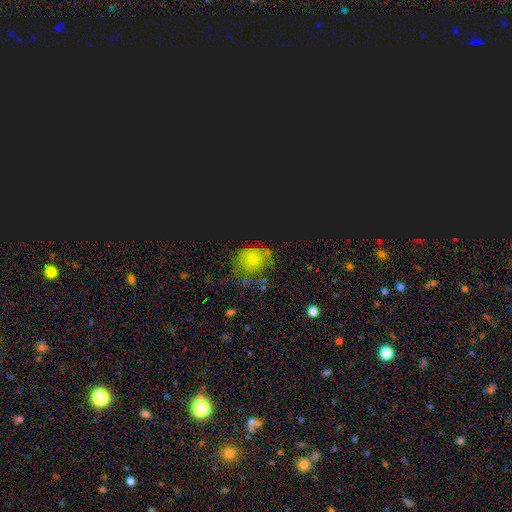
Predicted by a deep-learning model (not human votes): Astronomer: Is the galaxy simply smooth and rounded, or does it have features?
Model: smooth — 45% (runner-up: star or artifact, 41%).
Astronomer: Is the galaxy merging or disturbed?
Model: none — 64%.